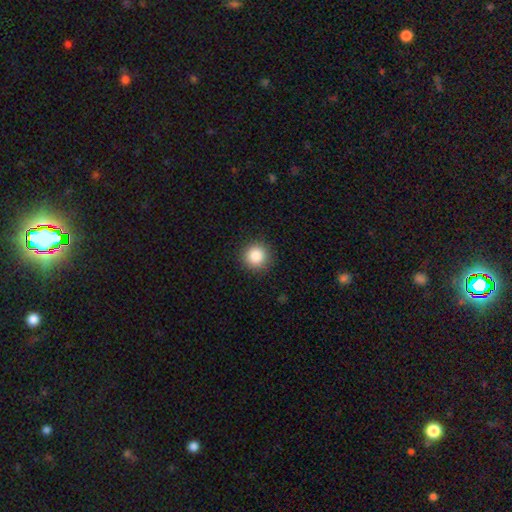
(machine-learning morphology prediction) Q: Smooth or featured?
A: smooth (86%); runner-up: star or artifact (10%)
Q: How rounded?
A: round (95%); runner-up: in between (4%)
Q: Merging?
A: none (91%); runner-up: minor disturbance (6%)